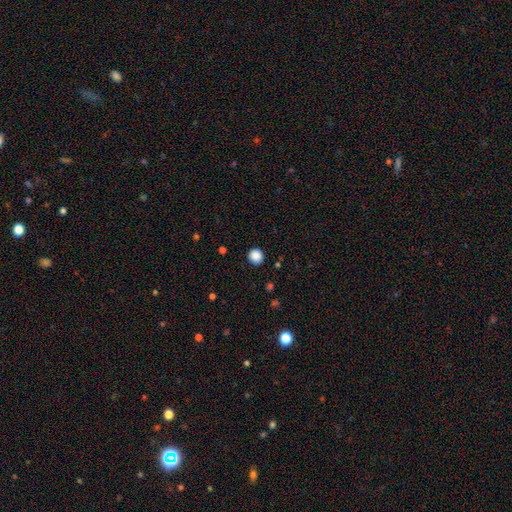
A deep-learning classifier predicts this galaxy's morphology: Smooth or featured: smooth — 87% (star or artifact — 10%)
How rounded: round — 93% (in between — 6%)
Merging: none — 91% (minor disturbance — 6%)